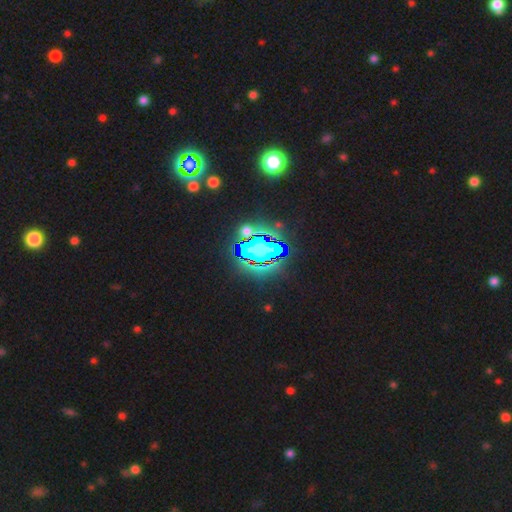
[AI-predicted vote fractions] This is likely a star or artifact rather than a galaxy (66%).